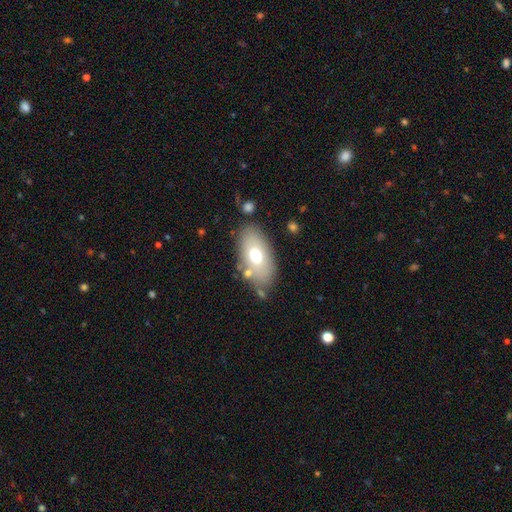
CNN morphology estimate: Overall: smooth (66%). How rounded: in between (91%). Merging: none (76%).